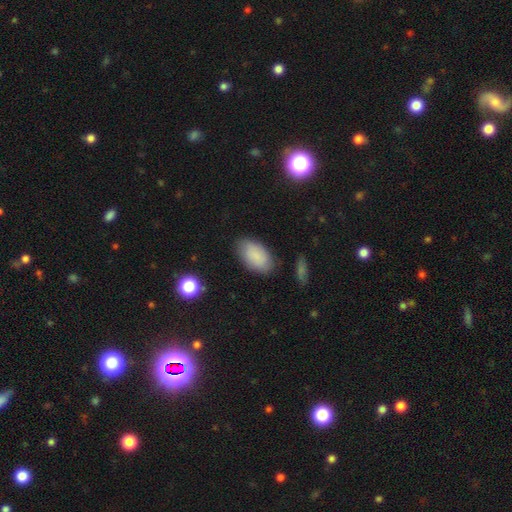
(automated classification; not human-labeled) smooth_or_featured: smooth (p=0.85) [alt: featured or disk p=0.08]
how_rounded: in between (p=0.94) [alt: round p=0.04]
merging: none (p=0.82) [alt: minor disturbance p=0.13]